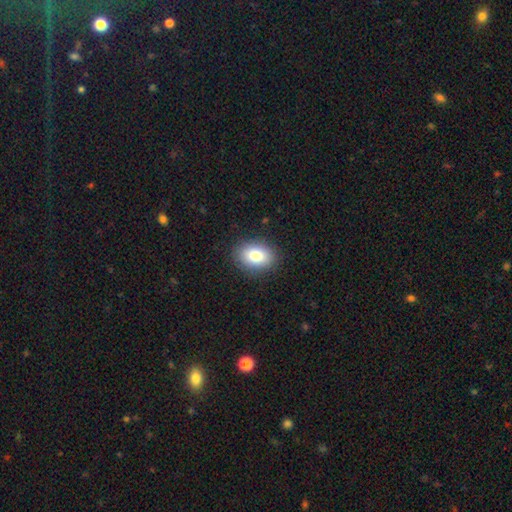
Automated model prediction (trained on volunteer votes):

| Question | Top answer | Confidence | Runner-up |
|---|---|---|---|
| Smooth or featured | smooth | 82% | featured or disk (9%) |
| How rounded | in between | 77% | round (22%) |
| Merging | none | 88% | minor disturbance (8%) |